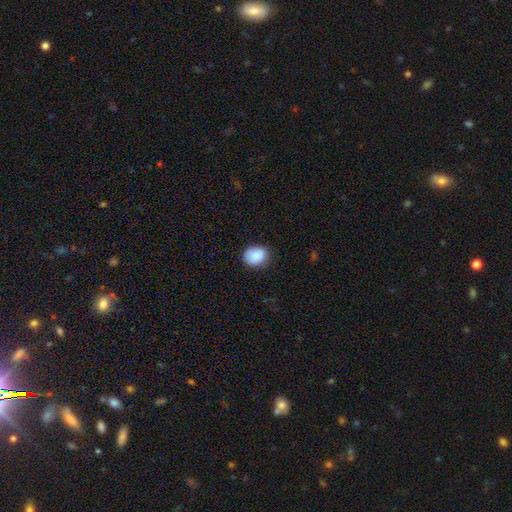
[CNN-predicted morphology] A smooth galaxy with no disk features (88%) that is round (54%).

Vote fractions:
- Smooth or featured? smooth: 88% / star or artifact: 7% / featured or disk: 5%
- How rounded? round: 54% / in between: 46% / cigar-shaped: 1%
- Merging? none: 79% / minor disturbance: 17% / major disturbance: 3% / merger: 1%